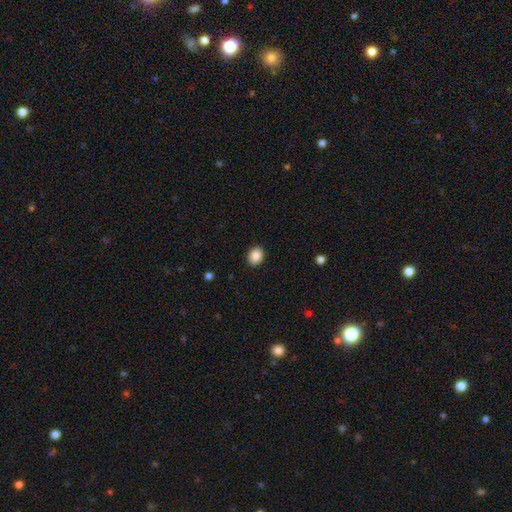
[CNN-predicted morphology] Q: Smooth or featured?
A: smooth (87%); runner-up: star or artifact (8%)
Q: How rounded?
A: in between (60%); runner-up: round (39%)
Q: Merging?
A: none (90%); runner-up: minor disturbance (7%)